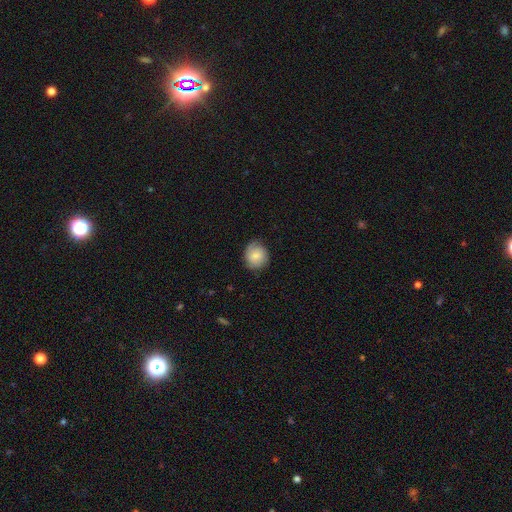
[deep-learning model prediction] smooth_or_featured: smooth (p=0.76) [alt: featured or disk p=0.17]
how_rounded: round (p=0.77) [alt: in between p=0.22]
merging: none (p=0.73) [alt: minor disturbance p=0.21]